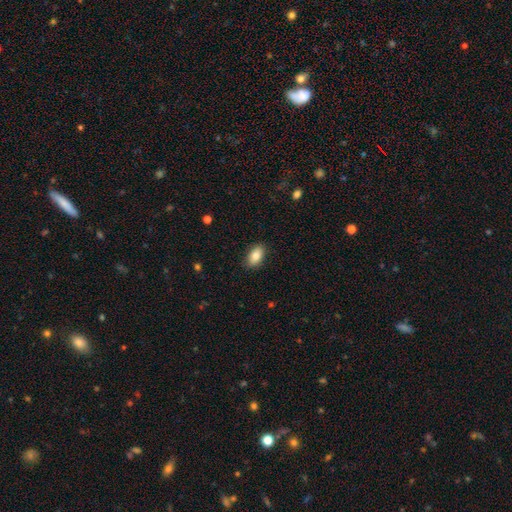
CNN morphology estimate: A smooth galaxy with no disk features (83%) that is in between round and cigar-shaped (91%). Merging: none (88%).